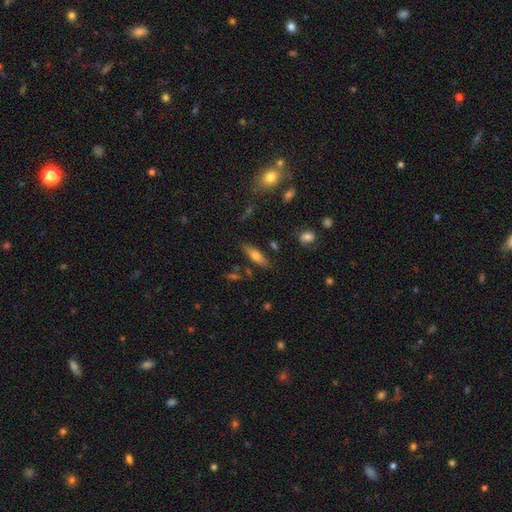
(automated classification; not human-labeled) A smooth galaxy with no disk features (63%) that is in between round and cigar-shaped (51%). Merging: none (80%).